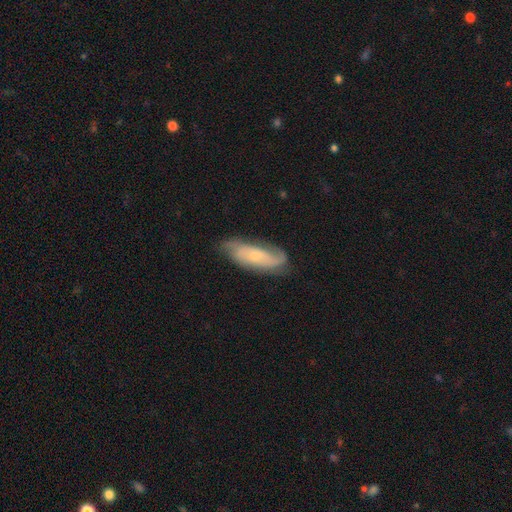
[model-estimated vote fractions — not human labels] smooth-or-featured: featured or disk: 63% | smooth: 30% | star or artifact: 7%
  disk-edge-on: no: 86% | yes: 14%
    bar: no: 67% | weak: 26% | strong: 7%
    has-spiral-arms: yes: 89% | no: 11%
    bulge-size: small: 66% | moderate: 26% | none: 5% | large: 2% | dominant: 1%
  merging: none: 67% | minor disturbance: 23% | major disturbance: 8% | merger: 2%